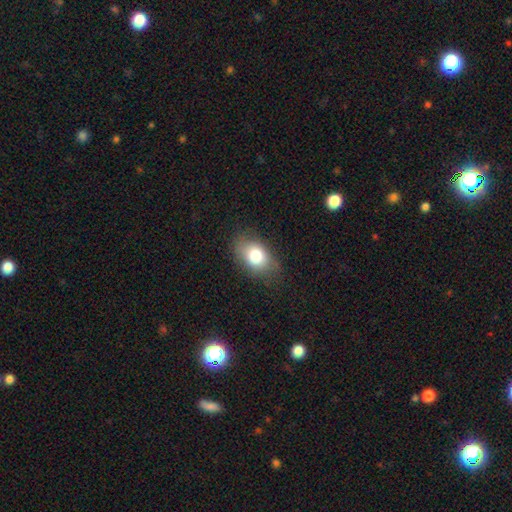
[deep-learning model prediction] smooth_or_featured: smooth (p=0.77) [alt: featured or disk p=0.13]
how_rounded: in between (p=0.79) [alt: round p=0.19]
merging: none (p=0.78) [alt: minor disturbance p=0.16]